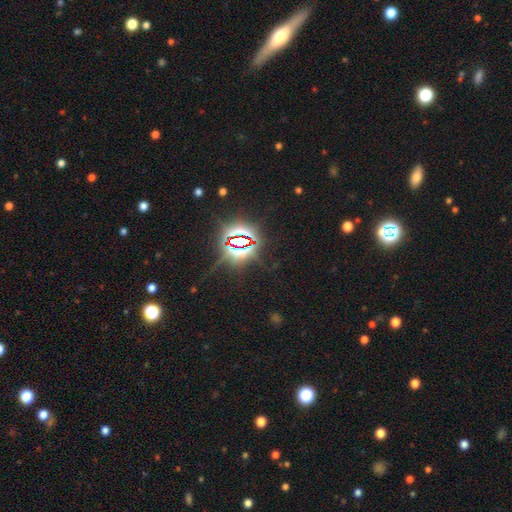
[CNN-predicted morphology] A star or artifact, not a galaxy (83%).